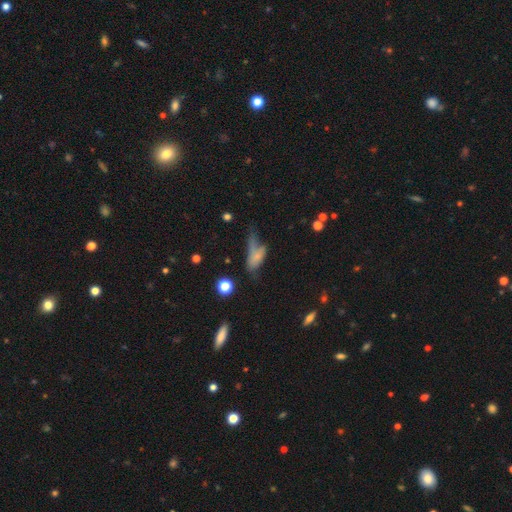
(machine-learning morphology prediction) This is likely a smooth galaxy (61%). How rounded: likely in between (76%). Merging: marginally major disturbance (38%).